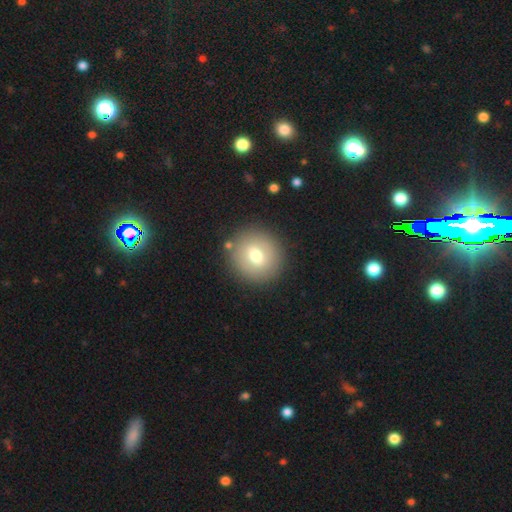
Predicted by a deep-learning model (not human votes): This is likely a smooth galaxy (68%). How rounded: clearly round (91%). Merging: clearly none (86%).